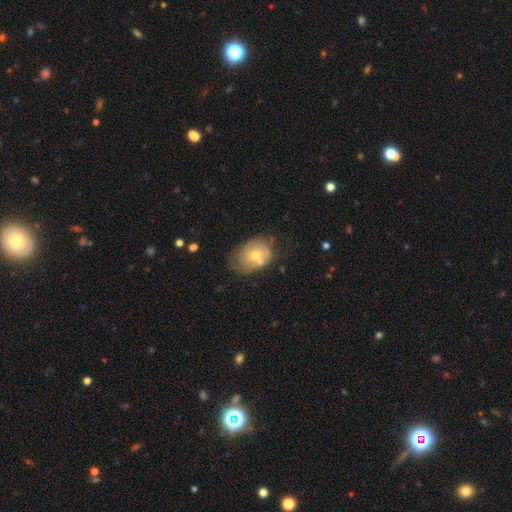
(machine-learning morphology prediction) type=smooth (55%); roundness=in between (65%); merging=none (50%).